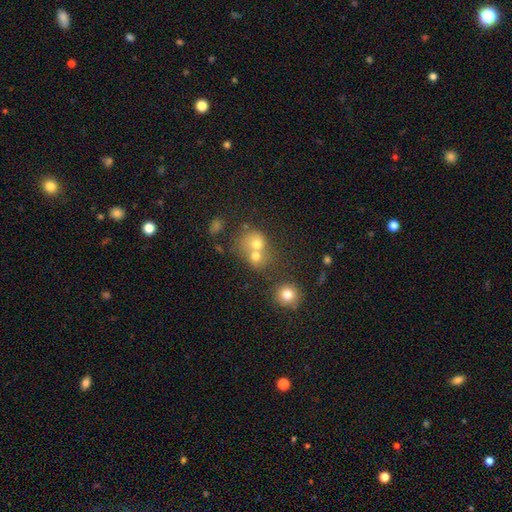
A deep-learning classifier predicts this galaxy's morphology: type=smooth (70%); roundness=round (74%); merging=merger (58%).